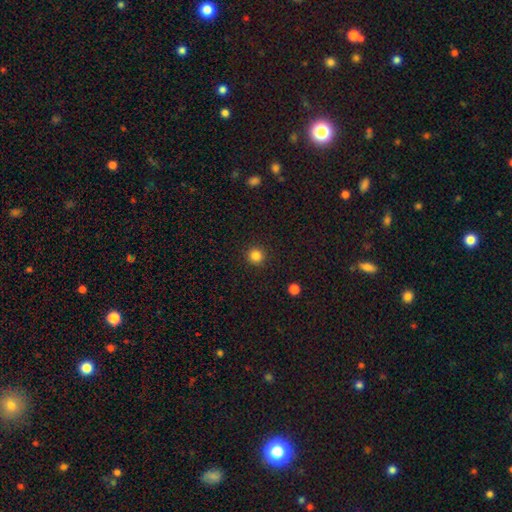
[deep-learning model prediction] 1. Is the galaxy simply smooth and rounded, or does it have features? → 84% smooth, 12% star or artifact, 4% featured or disk.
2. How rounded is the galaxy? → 95% round, 4% in between, 1% cigar-shaped.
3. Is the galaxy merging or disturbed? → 92% none, 5% minor disturbance, 2% major disturbance, 1% merger.